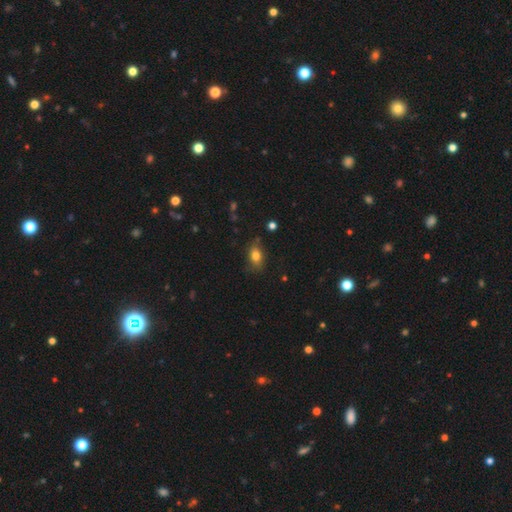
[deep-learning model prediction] Morphology: type=smooth (79%); roundness=in between (76%); merging=none (71%).